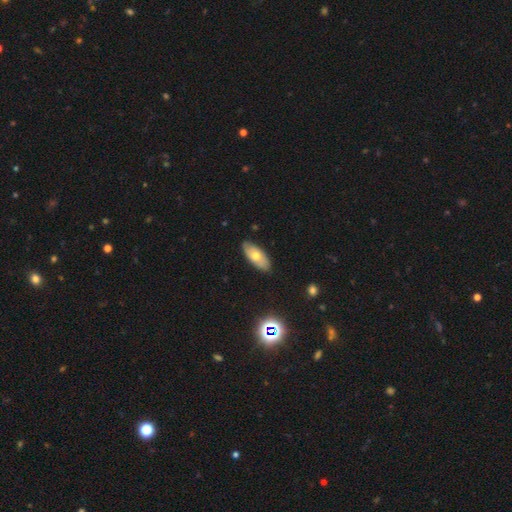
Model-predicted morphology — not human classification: This is possibly a smooth galaxy (59%). How rounded: clearly in between (86%). Merging: clearly none (83%).